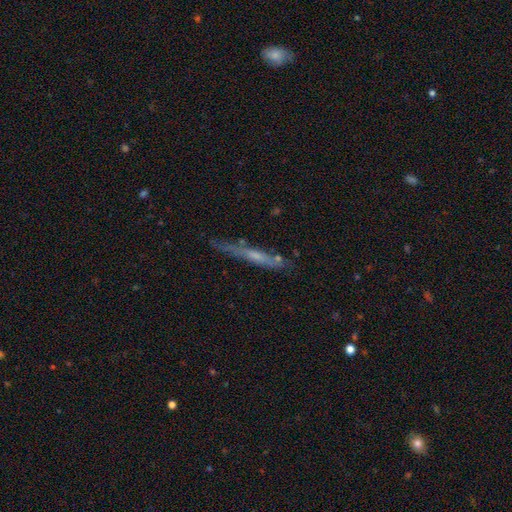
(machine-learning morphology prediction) A featured or disk galaxy (58%) viewed edge-on (86%).

Vote fractions:
- Smooth or featured? featured or disk: 58% / smooth: 33% / star or artifact: 9%
- Edge-on disk? yes: 86% / no: 14%
- Merging? none: 69% / minor disturbance: 21% / major disturbance: 6% / merger: 4%